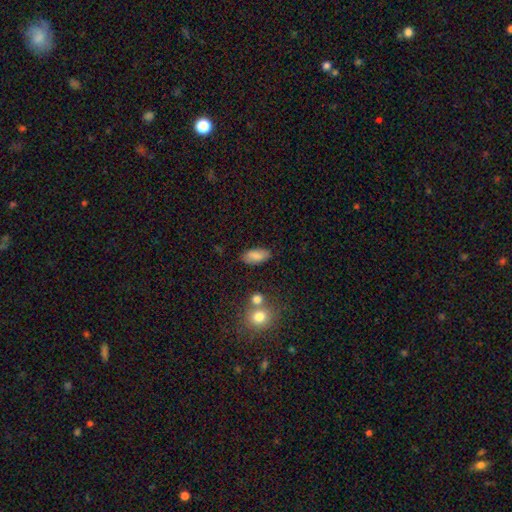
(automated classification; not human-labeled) A smooth galaxy with no disk features (84%) that is in between round and cigar-shaped (90%). Merging: none (80%).